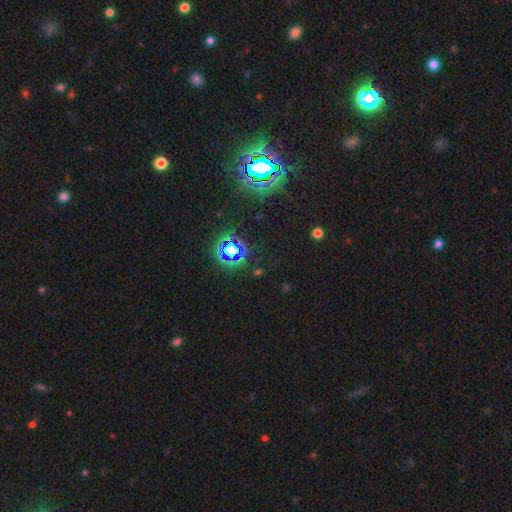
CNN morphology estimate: A star or artifact, not a galaxy (75%).

Vote fractions:
- Smooth or featured? star or artifact: 75% / smooth: 18% / featured or disk: 7%